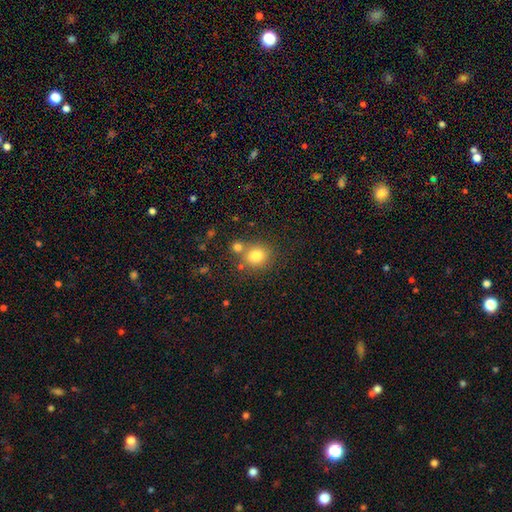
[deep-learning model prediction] This appears to be a smooth galaxy with no disk features (79%) that is round (78%). Merging: none (63%).